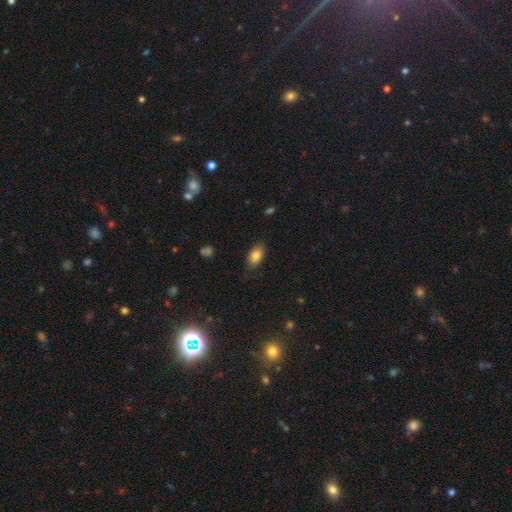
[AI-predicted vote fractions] smooth-or-featured: smooth: 83% | featured or disk: 9% | star or artifact: 8%
  how-rounded: in between: 91% | round: 6% | cigar-shaped: 3%
  merging: none: 80% | minor disturbance: 16% | major disturbance: 3% | merger: 1%